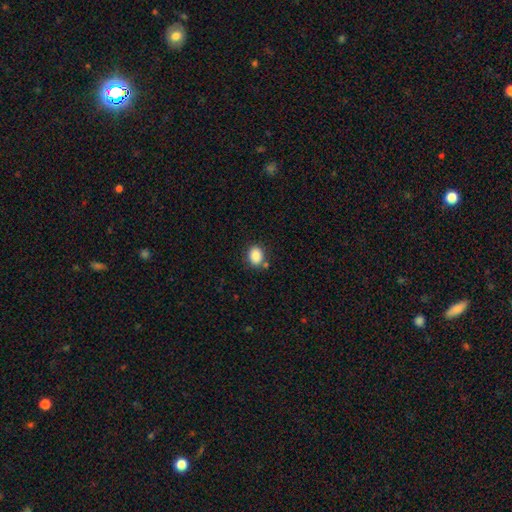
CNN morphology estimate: Overall: smooth (86%). How rounded: in between (50%; round 49%). Merging: none (77%).